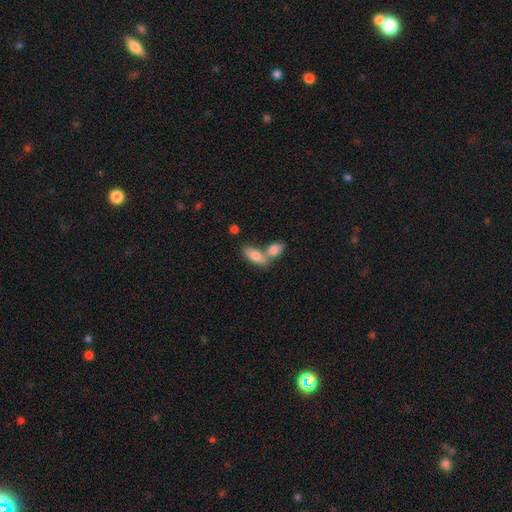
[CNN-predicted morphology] smooth_or_featured: smooth (p=0.72) [alt: featured or disk p=0.21]
how_rounded: in between (p=0.73) [alt: cigar-shaped p=0.23]
merging: merger (p=0.47) [alt: none p=0.40]